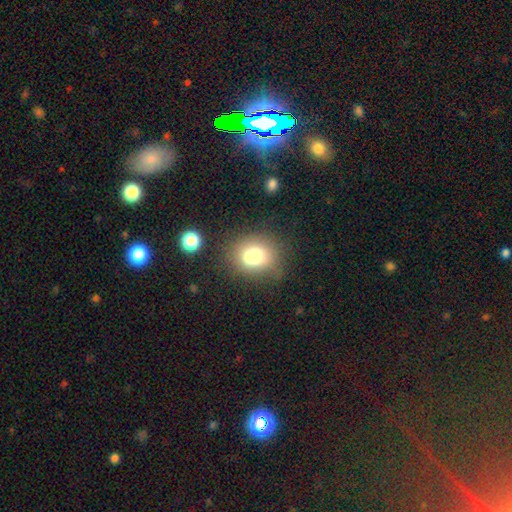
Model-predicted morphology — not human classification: type=smooth (71%); roundness=round (66%); merging=none (50%).